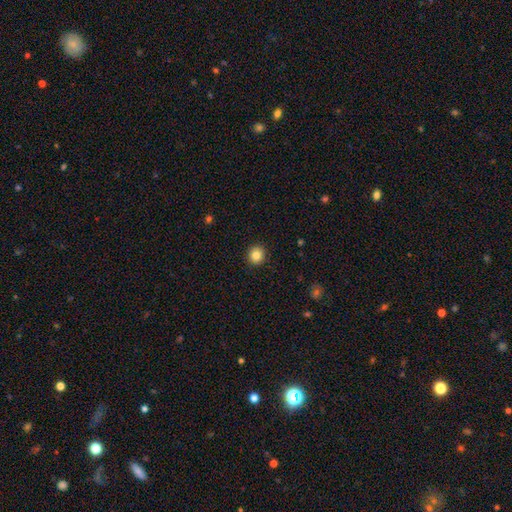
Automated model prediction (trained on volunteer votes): Morphology: type=smooth (84%); roundness=round (91%); merging=none (92%).